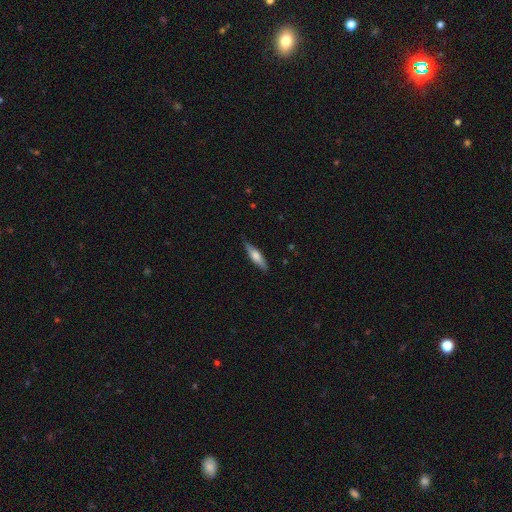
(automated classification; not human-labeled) This appears to be a smooth galaxy with no disk features (55%) that is cigar-shaped (71%). Merging: none (85%).